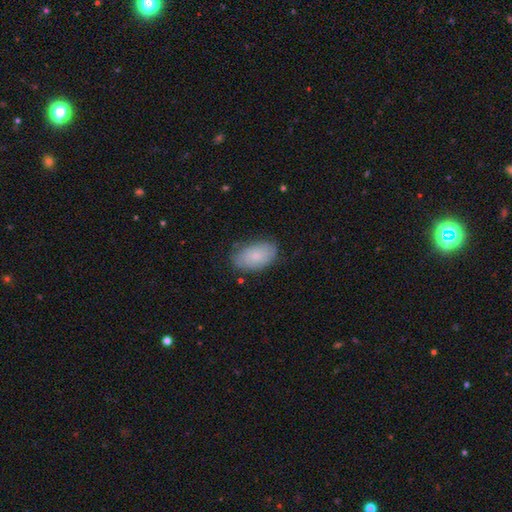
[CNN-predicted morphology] Smooth or featured: smooth — 67% (featured or disk — 26%)
How rounded: in between — 93% (round — 5%)
Merging: none — 75% (minor disturbance — 19%)